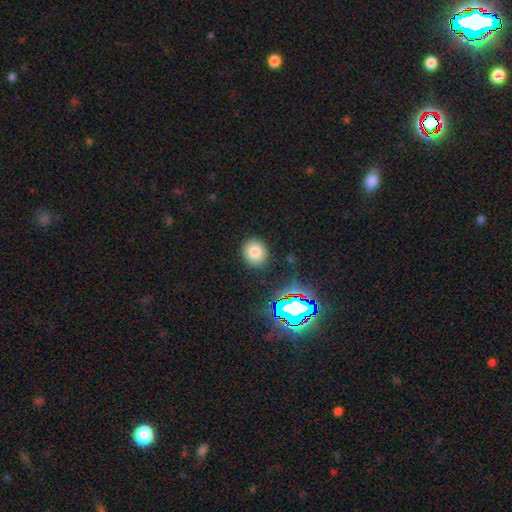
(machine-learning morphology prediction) A smooth galaxy with no disk features (69%) that is round (82%). Merging: none (89%).